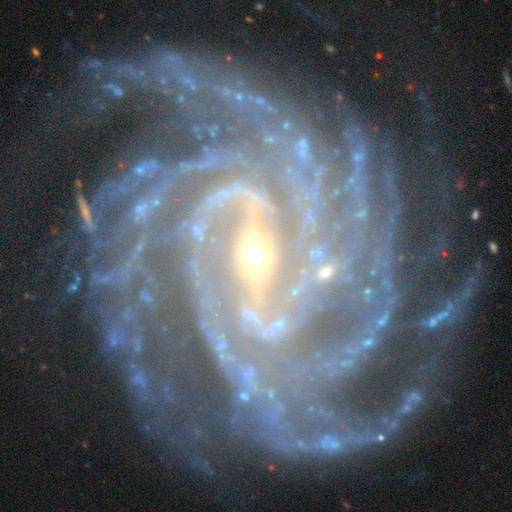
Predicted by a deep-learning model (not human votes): smooth-or-featured: featured or disk: 93% | star or artifact: 5% | smooth: 2%
  disk-edge-on: no: 98% | yes: 2%
    bar: strong: 52% | weak: 32% | no: 16%
    has-spiral-arms: yes: 99% | no: 1%
      spiral-winding: tight: 67% | medium: 27% | loose: 6%
      spiral-arm-count: more than 4: 25% | 4: 22% | can't tell: 15% | 3: 14% | 2: 14% | 1: 10%
    bulge-size: small: 76% | moderate: 21% | large: 1% | none: 1% | dominant: 1%
  merging: none: 68% | minor disturbance: 18% | major disturbance: 11% | merger: 3%